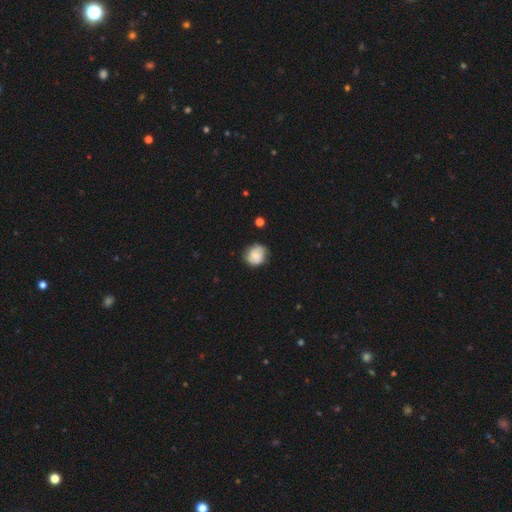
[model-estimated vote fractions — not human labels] Q: Smooth or featured?
A: smooth (66%); runner-up: featured or disk (26%)
Q: How rounded?
A: round (78%); runner-up: in between (21%)
Q: Merging?
A: none (71%); runner-up: minor disturbance (22%)